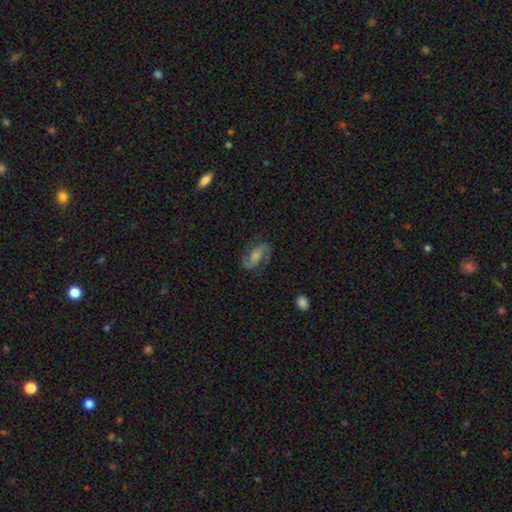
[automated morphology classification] type=featured or disk (83%); edge-on=no (97%); bar=weak (43%); spiral arms=yes (96%); winding=medium (55%); arm count=2 (92%); bulge=moderate (46%); merging=none (81%).